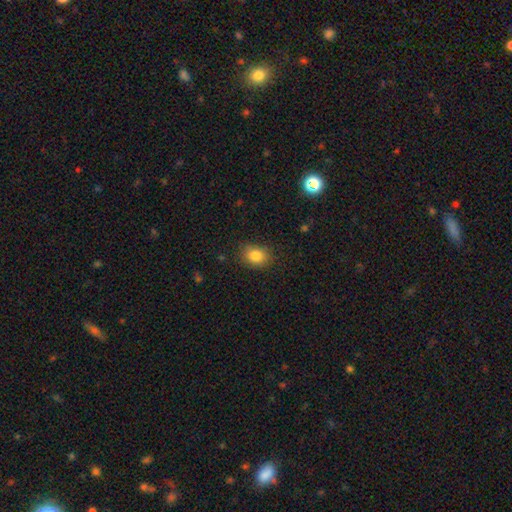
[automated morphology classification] The model was most divided on "how rounded": in between: 58%, round: 41%, cigar-shaped: 1%. More confident: merging — none (84%); smooth or featured — smooth (83%).